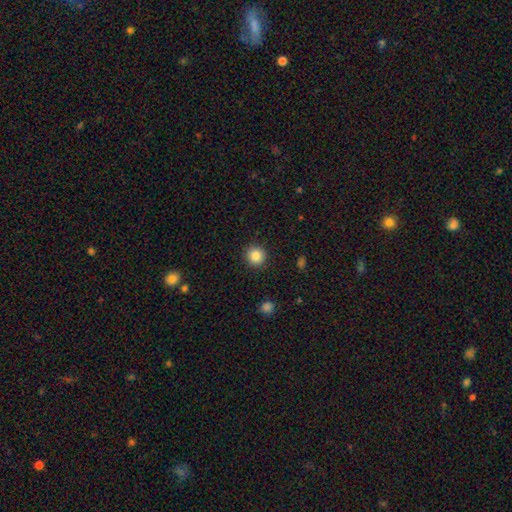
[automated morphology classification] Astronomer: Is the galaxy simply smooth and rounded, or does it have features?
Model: smooth — 86%.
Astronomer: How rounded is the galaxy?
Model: round — 92%.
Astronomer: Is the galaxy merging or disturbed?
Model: none — 91%.